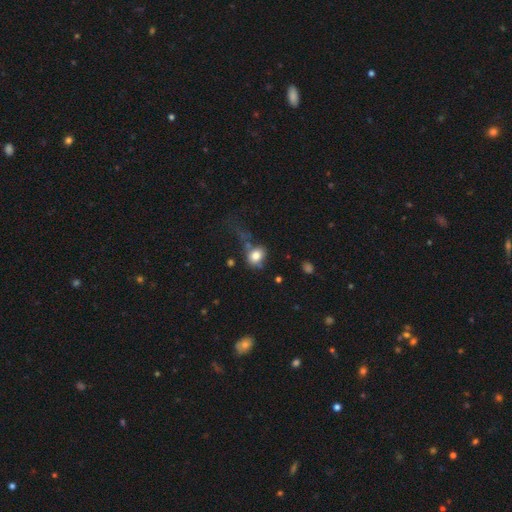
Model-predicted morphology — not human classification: Q: Smooth or featured?
A: smooth (80%); runner-up: featured or disk (10%)
Q: How rounded?
A: round (53%); runner-up: in between (46%)
Q: Merging?
A: none (46%); runner-up: minor disturbance (23%)